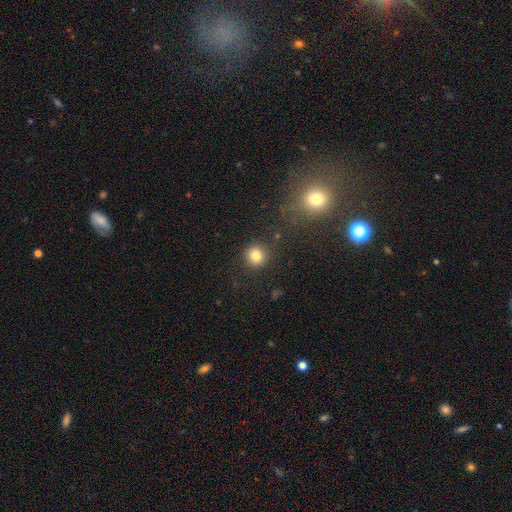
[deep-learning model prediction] smooth_or_featured: smooth (p=0.81) [alt: star or artifact p=0.12]
how_rounded: round (p=0.92) [alt: in between p=0.07]
merging: none (p=0.88) [alt: minor disturbance p=0.07]